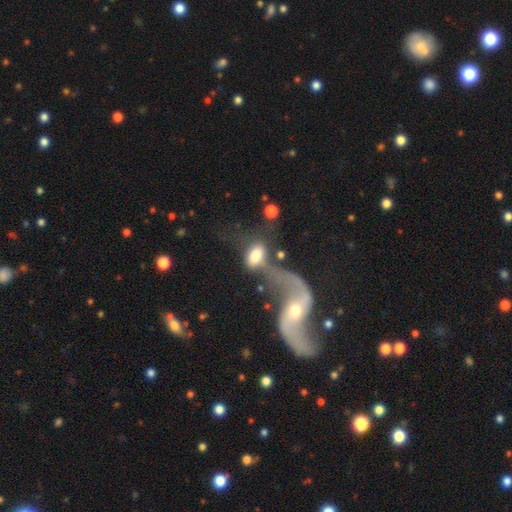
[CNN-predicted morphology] This is likely a smooth galaxy (61%). How rounded: clearly in between (88%). Merging: marginally merger (43%).